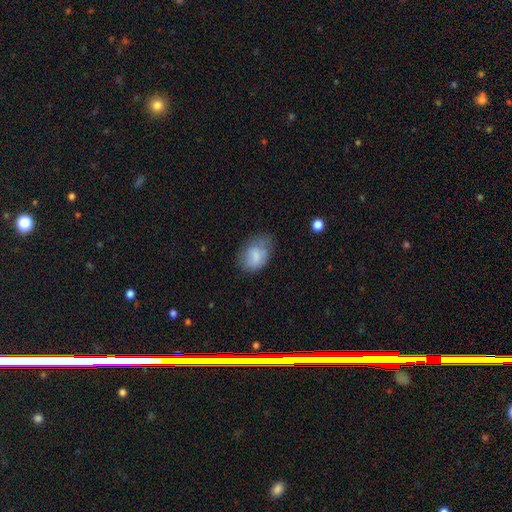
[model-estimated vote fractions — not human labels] The model was most divided on "merging": none: 48%, minor disturbance: 35%, major disturbance: 14%, merger: 3%. More confident: smooth or featured — smooth (78%); how rounded — in between (77%).